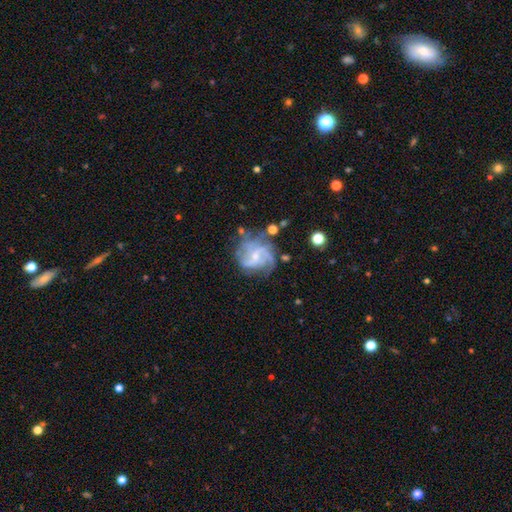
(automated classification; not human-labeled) featured or disk 82%, smooth 11%, star or artifact 7%. Down the decision tree: edge-on disk — no (98%); bar — weak (45%, tied with no); spiral arms — yes (94%); spiral arm count — 2 (29%, tied with 3); spiral winding — medium (47%); bulge size — small (57%); merging — none (57%).